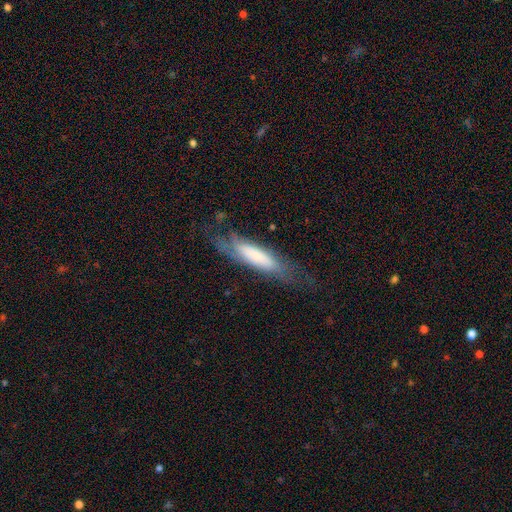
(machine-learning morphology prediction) type=smooth (51%); roundness=cigar-shaped (70%); merging=none (59%).